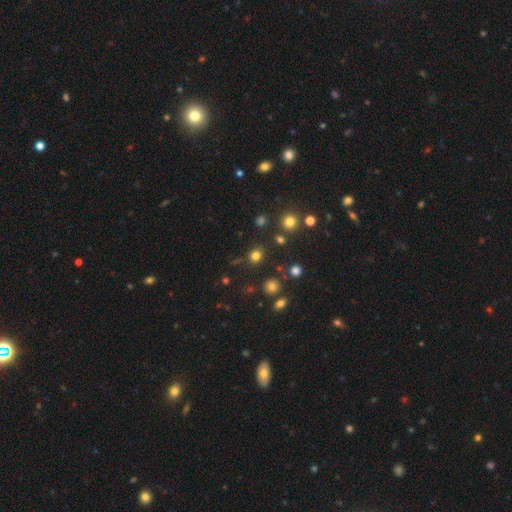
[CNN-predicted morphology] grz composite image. It shows a smooth galaxy with no disk features (77%) that is round (81%). Merging: none (84%).